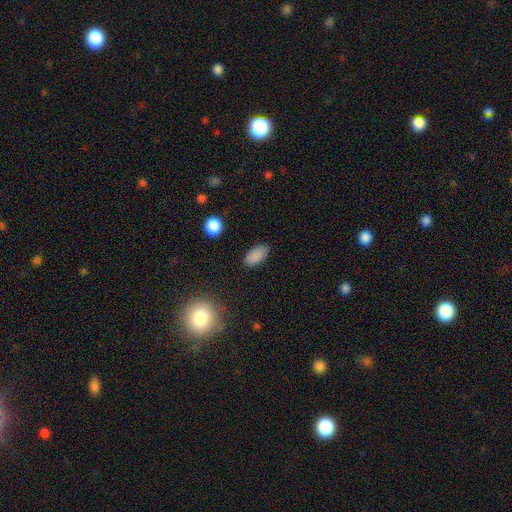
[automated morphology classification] This appears to be a smooth galaxy with no disk features (86%) that is in between round and cigar-shaped (92%). Merging: none (82%).